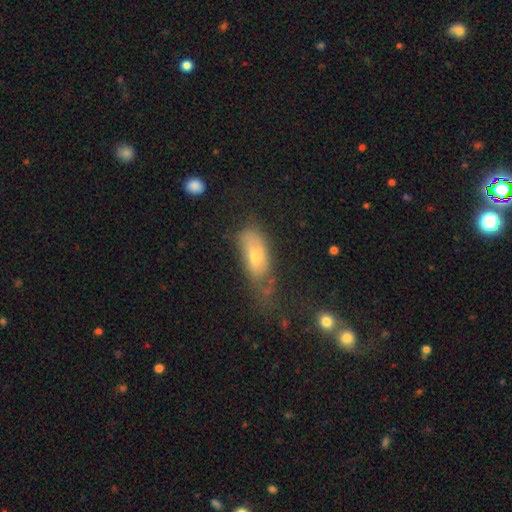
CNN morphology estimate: Smooth or featured: smooth — 64% (featured or disk — 27%)
How rounded: in between — 82% (cigar-shaped — 13%)
Merging: none — 34% (minor disturbance — 32%)